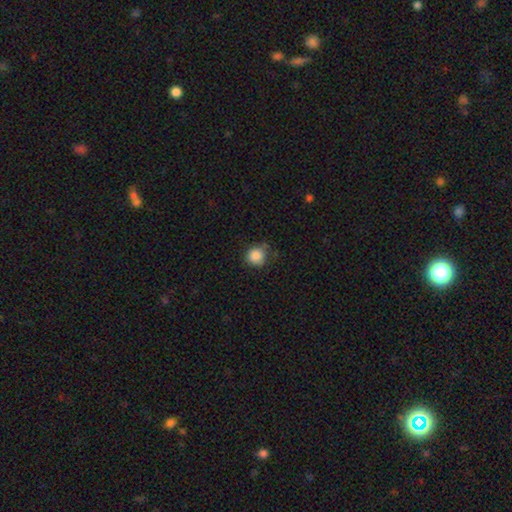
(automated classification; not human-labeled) Smooth or featured: smooth — 87% (star or artifact — 9%)
How rounded: round — 90% (in between — 9%)
Merging: none — 69% (minor disturbance — 24%)